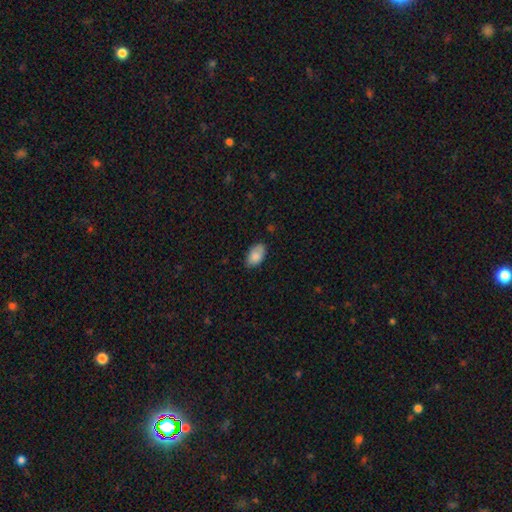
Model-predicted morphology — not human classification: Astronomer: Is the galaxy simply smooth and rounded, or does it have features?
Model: smooth — 83%.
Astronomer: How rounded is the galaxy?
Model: in between — 94%.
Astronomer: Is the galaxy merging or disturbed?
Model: none — 75%.